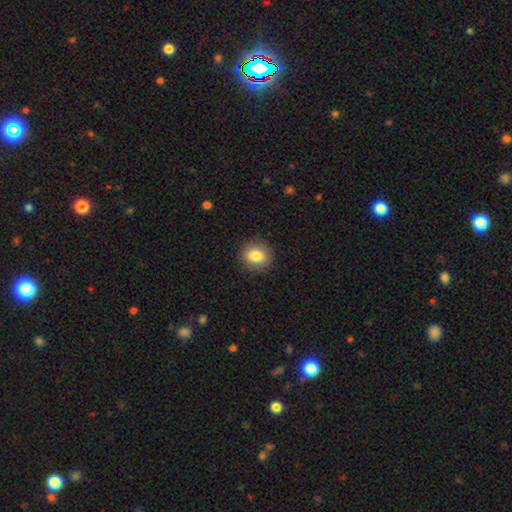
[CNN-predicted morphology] smooth_or_featured: smooth (p=0.84) [alt: star or artifact p=0.09]
how_rounded: round (p=0.69) [alt: in between p=0.30]
merging: none (p=0.89) [alt: minor disturbance p=0.07]